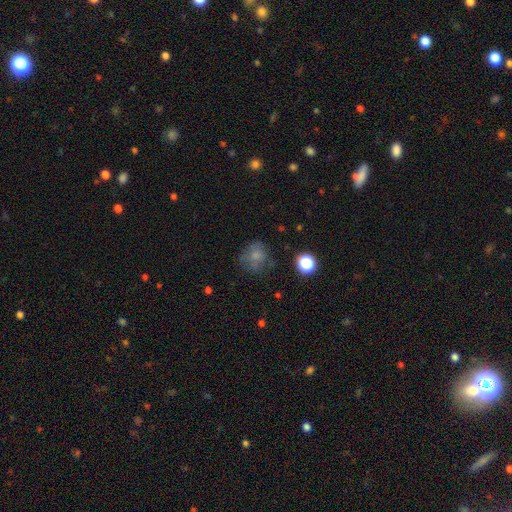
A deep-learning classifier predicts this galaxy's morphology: Smooth or featured: smooth — 71% (featured or disk — 15%)
How rounded: round — 75% (in between — 24%)
Merging: none — 59% (minor disturbance — 23%)